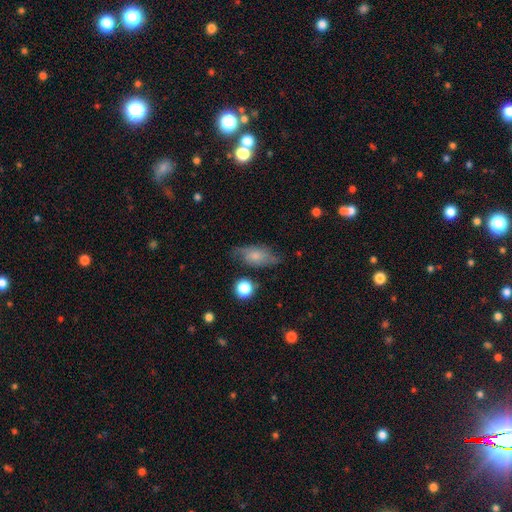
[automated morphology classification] smooth-or-featured: smooth: 54% | featured or disk: 37% | star or artifact: 9%
  how-rounded: in between: 81% | cigar-shaped: 10% | round: 9%
  merging: none: 61% | minor disturbance: 27% | major disturbance: 9% | merger: 3%